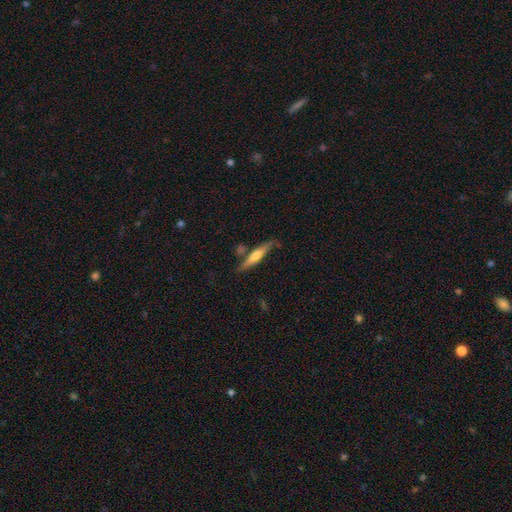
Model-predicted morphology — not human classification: smooth_or_featured: featured or disk (p=0.54) [alt: smooth p=0.40]
disk_edge_on: yes (p=0.91) [alt: no p=0.09]
merging: none (p=0.68) [alt: minor disturbance p=0.18]